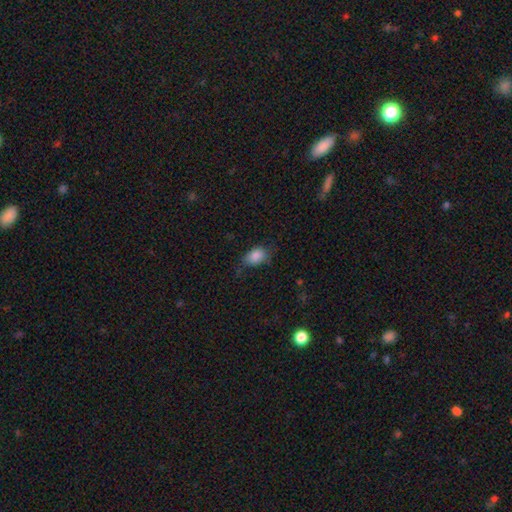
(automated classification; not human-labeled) Morphology: type=smooth (85%); roundness=in between (84%); merging=none (60%).